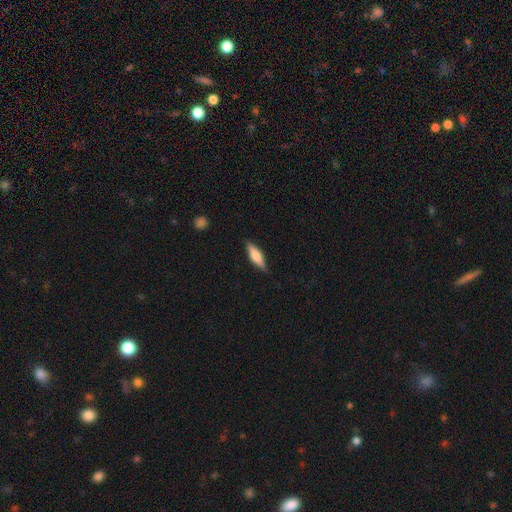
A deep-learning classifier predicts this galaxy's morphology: This is likely a smooth galaxy (62%). How rounded: possibly cigar-shaped (57%). Merging: clearly none (85%).